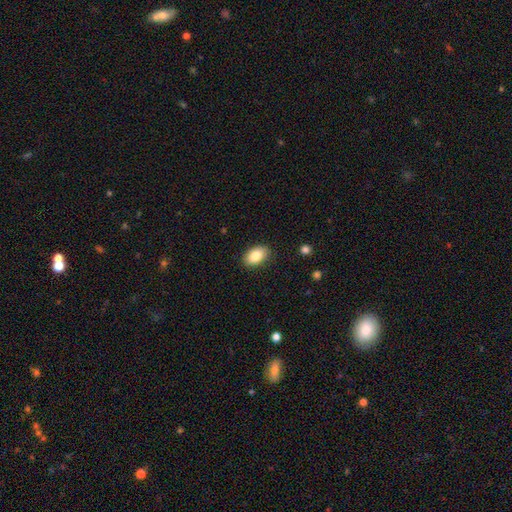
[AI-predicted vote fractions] smooth-or-featured: smooth: 84% | featured or disk: 9% | star or artifact: 7%
  how-rounded: in between: 91% | round: 7% | cigar-shaped: 1%
  merging: none: 87% | minor disturbance: 9% | major disturbance: 2% | merger: 1%